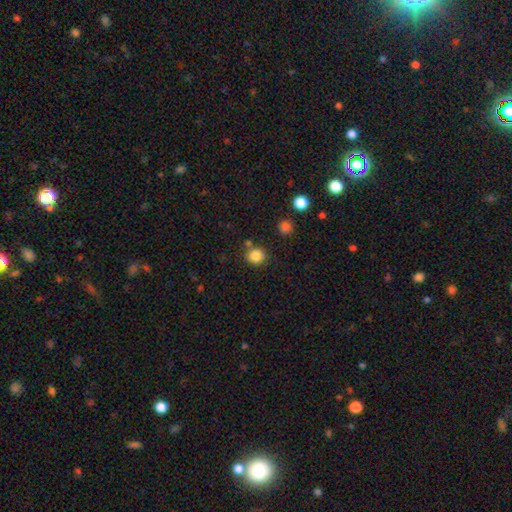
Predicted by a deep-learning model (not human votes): Morphology: type=smooth (85%); roundness=round (90%); merging=none (81%).